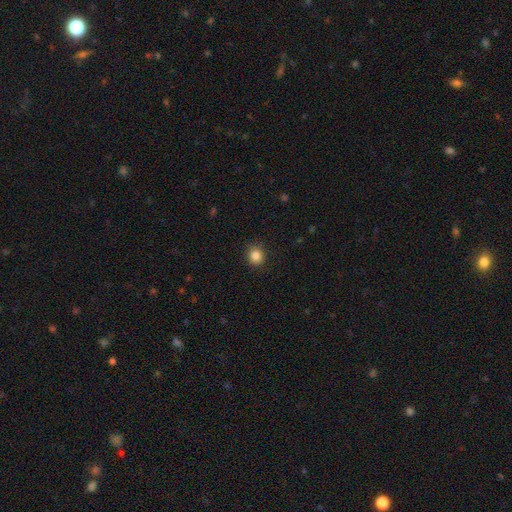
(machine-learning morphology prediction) This appears to be a smooth galaxy with no disk features (85%) that is round (87%). Merging: none (89%).